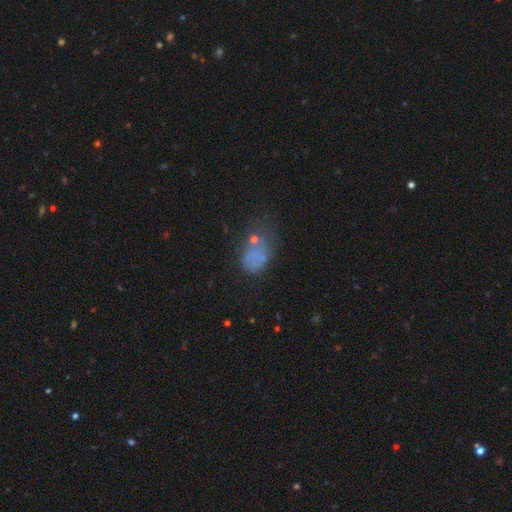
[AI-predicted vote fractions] A smooth galaxy with no disk features (57%) that is in between round and cigar-shaped (74%). Merging: none (38%).